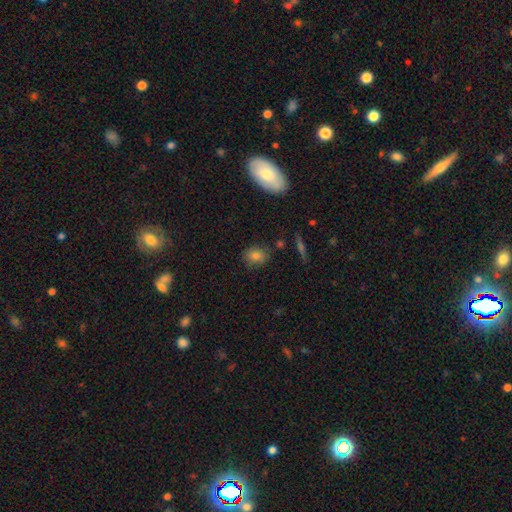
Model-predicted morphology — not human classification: type=smooth (77%); roundness=round (51%); merging=none (81%).